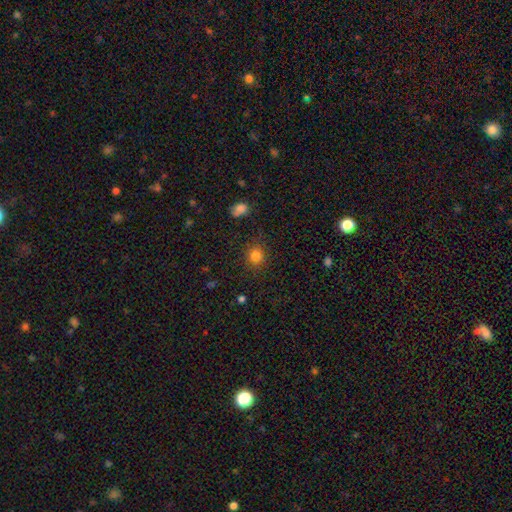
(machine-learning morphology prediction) Smooth or featured? Predicted: smooth (p=0.82). How rounded? Predicted: round (p=0.86). Merging? Predicted: none (p=0.86).